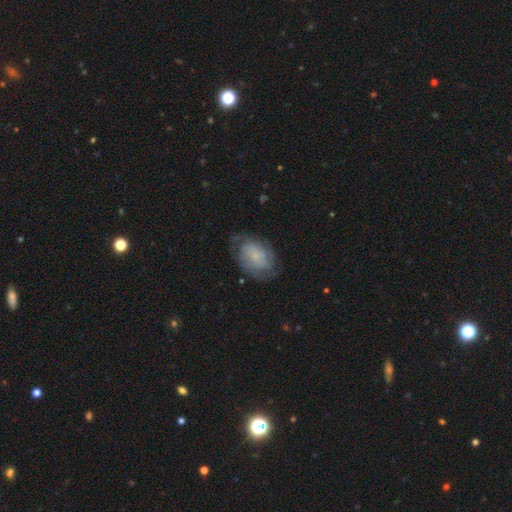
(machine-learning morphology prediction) A featured or disk galaxy (46%).

Vote fractions:
- Smooth or featured? featured or disk: 46% / smooth: 45% / star or artifact: 8%
- Merging? none: 61% / minor disturbance: 24% / major disturbance: 13% / merger: 1%